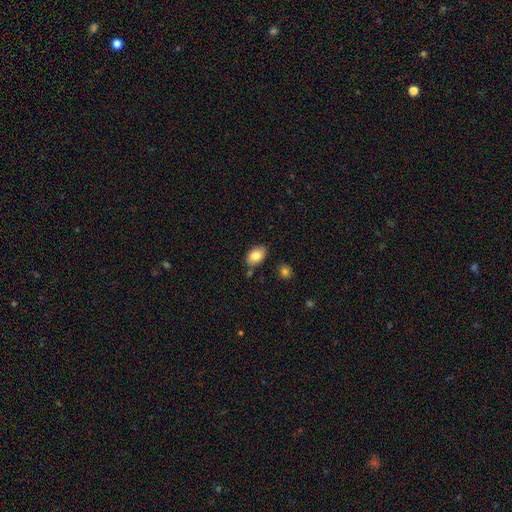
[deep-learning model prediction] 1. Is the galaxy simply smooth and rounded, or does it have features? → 84% smooth, 9% featured or disk, 7% star or artifact.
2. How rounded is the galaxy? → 87% in between, 12% round, 1% cigar-shaped.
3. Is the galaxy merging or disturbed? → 79% none, 13% minor disturbance, 5% merger, 3% major disturbance.